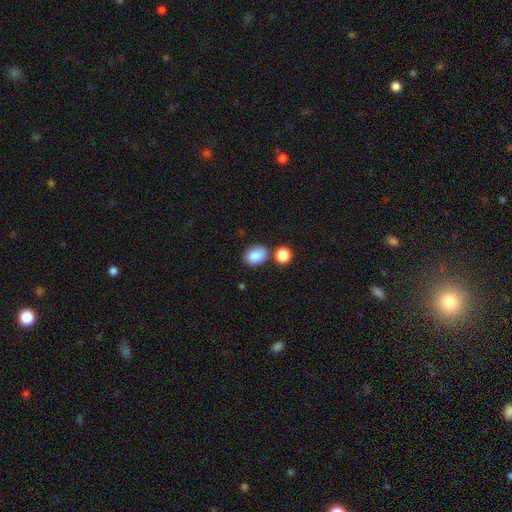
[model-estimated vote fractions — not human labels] Smooth or featured? smooth (85%)
How rounded? in between (66%)
Merging? none (68%)